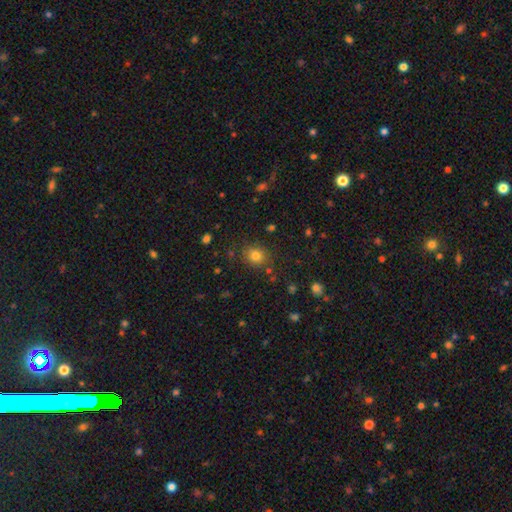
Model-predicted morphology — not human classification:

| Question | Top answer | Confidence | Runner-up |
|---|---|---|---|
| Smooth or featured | smooth | 79% | star or artifact (14%) |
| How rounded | round | 70% | in between (29%) |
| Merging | none | 83% | minor disturbance (11%) |